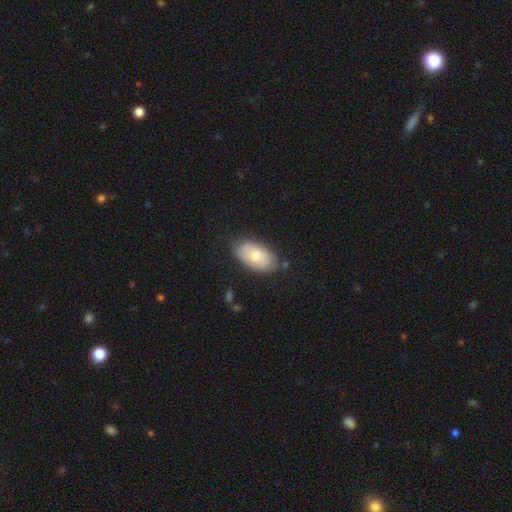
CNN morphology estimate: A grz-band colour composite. It shows a smooth galaxy with no disk features (65%) that is in between round and cigar-shaped (93%). Merging: none (77%).